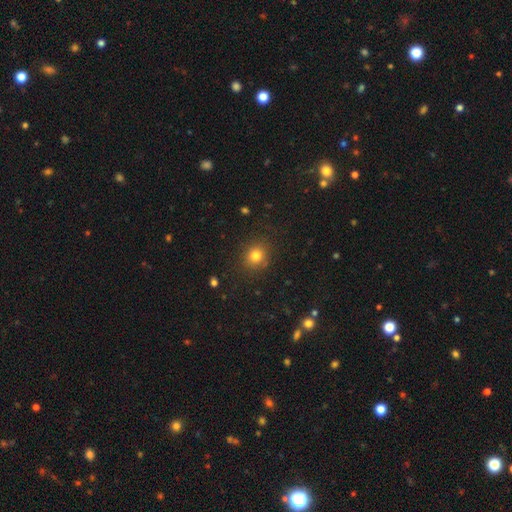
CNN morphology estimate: smooth_or_featured: smooth (p=0.80) [alt: star or artifact p=0.13]
how_rounded: round (p=0.83) [alt: in between p=0.16]
merging: none (p=0.86) [alt: minor disturbance p=0.09]